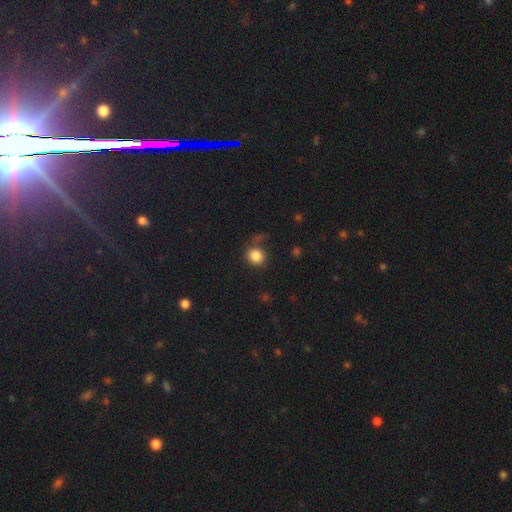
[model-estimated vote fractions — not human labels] smooth 84%, star or artifact 10%, featured or disk 6%. Down the decision tree: how rounded — round (83%); merging — none (67%).